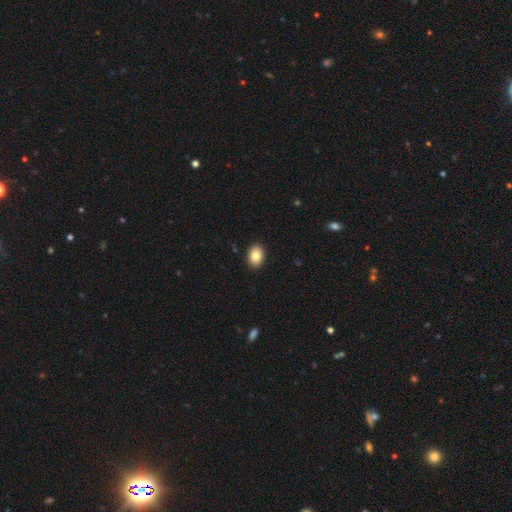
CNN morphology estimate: smooth-or-featured: smooth: 84% | featured or disk: 8% | star or artifact: 8%
  how-rounded: in between: 79% | round: 20% | cigar-shaped: 1%
  merging: none: 91% | minor disturbance: 7% | major disturbance: 2% | merger: 1%